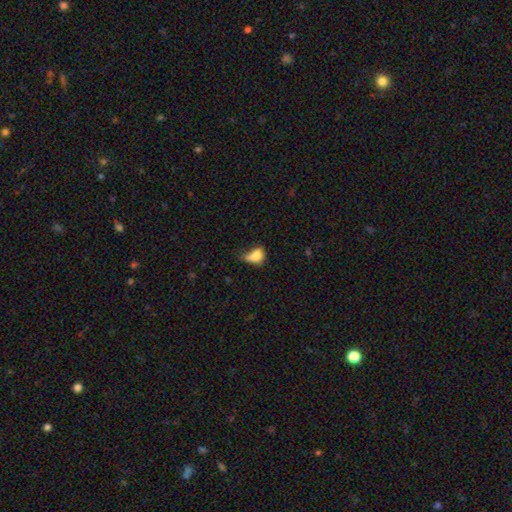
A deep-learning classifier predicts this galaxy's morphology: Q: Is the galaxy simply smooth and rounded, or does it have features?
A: smooth — 77%.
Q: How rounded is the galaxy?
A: in between — 78%.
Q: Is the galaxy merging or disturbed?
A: minor disturbance — 38%.